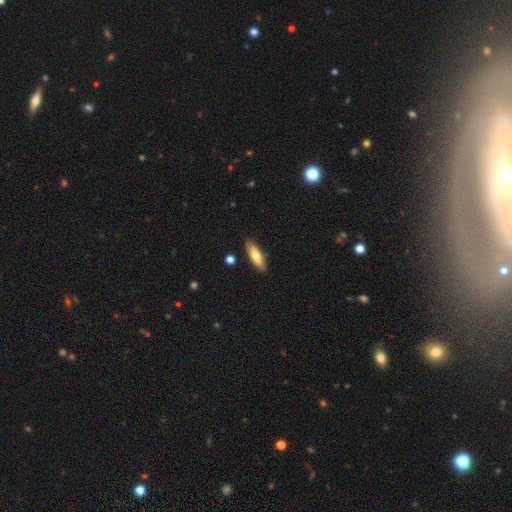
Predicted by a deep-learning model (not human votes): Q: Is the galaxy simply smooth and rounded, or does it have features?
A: smooth — 68%.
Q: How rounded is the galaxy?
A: in between — 56%.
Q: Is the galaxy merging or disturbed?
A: none — 86%.